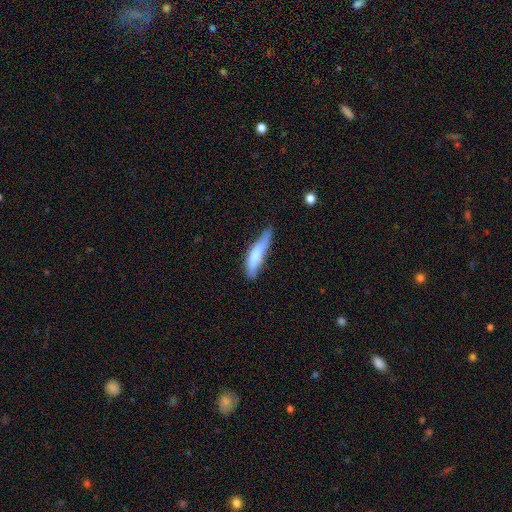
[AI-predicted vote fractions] This appears to be a smooth galaxy with no disk features (71%) that is cigar-shaped (73%). Merging: none (42%).